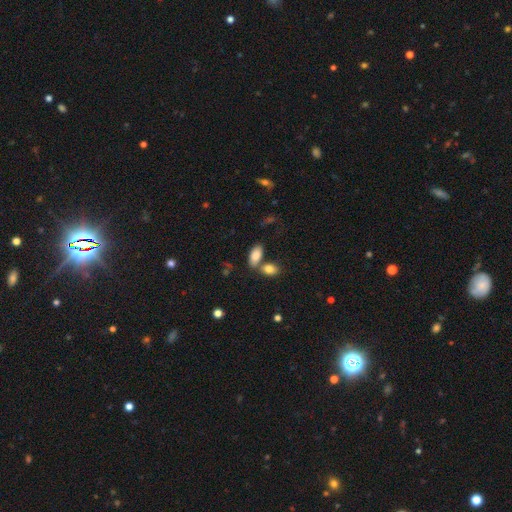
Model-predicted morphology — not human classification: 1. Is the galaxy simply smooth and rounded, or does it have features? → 85% smooth, 8% featured or disk, 7% star or artifact.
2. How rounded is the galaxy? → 92% in between, 4% cigar-shaped, 4% round.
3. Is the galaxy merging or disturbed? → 53% none, 31% merger, 12% minor disturbance, 4% major disturbance.